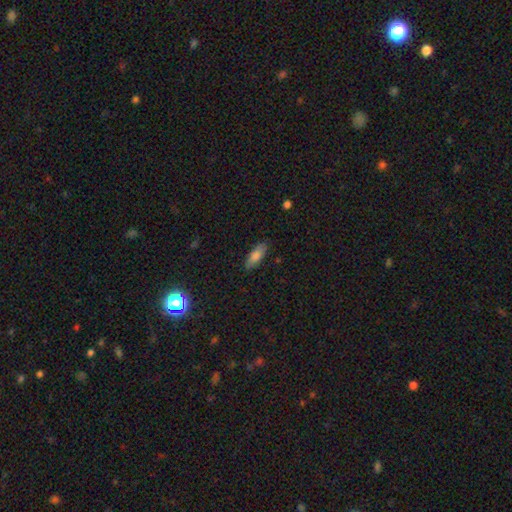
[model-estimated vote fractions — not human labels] This is likely a smooth galaxy (80%). How rounded: likely in between (68%). Merging: clearly none (86%).